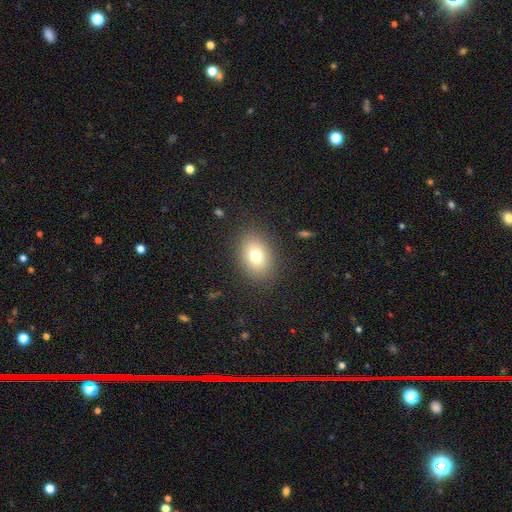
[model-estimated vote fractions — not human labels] The model was most divided on "how rounded": in between: 66%, round: 33%, cigar-shaped: 1%. More confident: merging — none (86%); smooth or featured — smooth (74%).